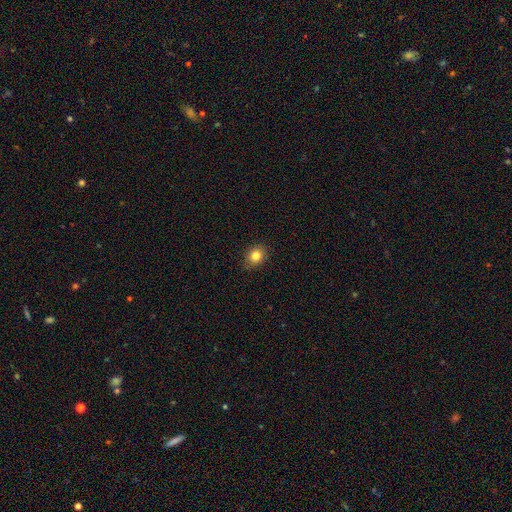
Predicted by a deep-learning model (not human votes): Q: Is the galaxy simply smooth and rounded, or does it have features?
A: smooth — 83%.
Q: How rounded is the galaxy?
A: round — 64%.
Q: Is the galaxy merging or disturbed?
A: none — 85%.